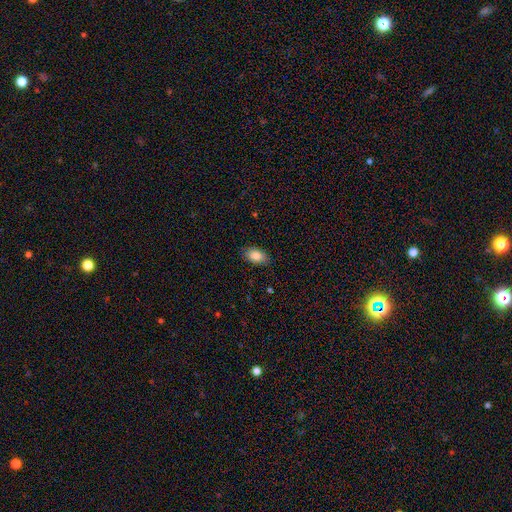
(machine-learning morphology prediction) This is clearly a smooth galaxy (86%). How rounded: clearly in between (92%). Merging: clearly none (86%).